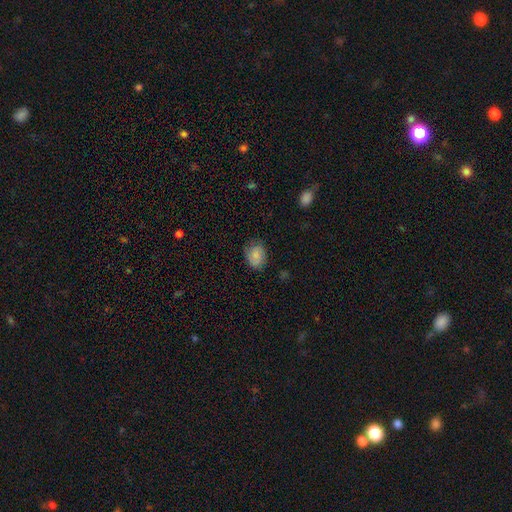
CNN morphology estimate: A smooth galaxy with no disk features (80%) that is in between round and cigar-shaped (66%). Merging: none (71%).